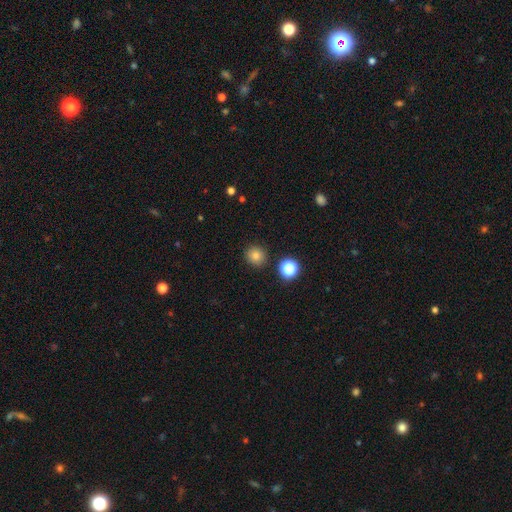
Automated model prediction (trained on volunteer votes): Smooth or featured? smooth (80%)
How rounded? round (91%)
Merging? none (89%)